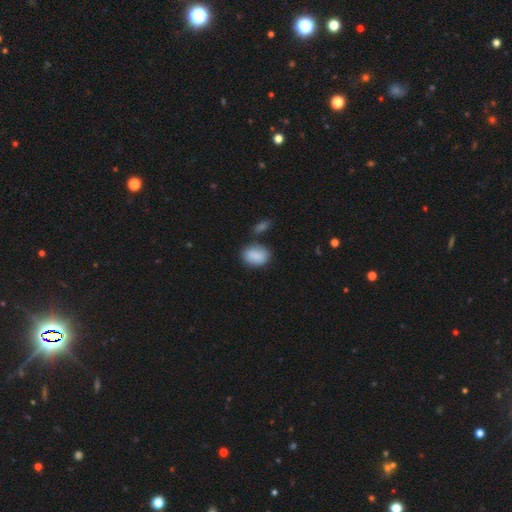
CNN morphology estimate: smooth 88%, star or artifact 7%, featured or disk 5%. Down the decision tree: how rounded — in between (74%); merging — none (67%).